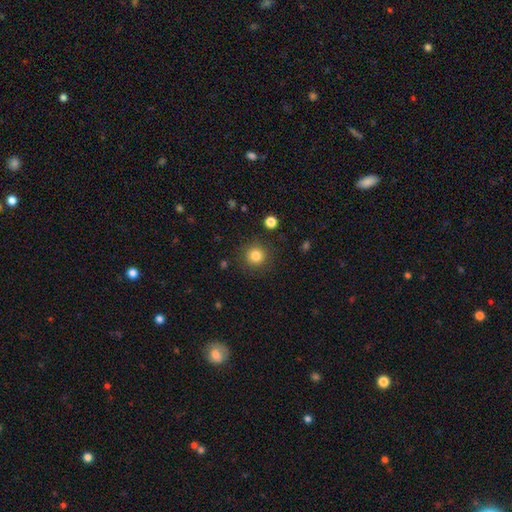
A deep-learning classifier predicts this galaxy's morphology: Q: Smooth or featured?
A: smooth (82%); runner-up: star or artifact (12%)
Q: How rounded?
A: round (94%); runner-up: in between (5%)
Q: Merging?
A: none (89%); runner-up: minor disturbance (7%)